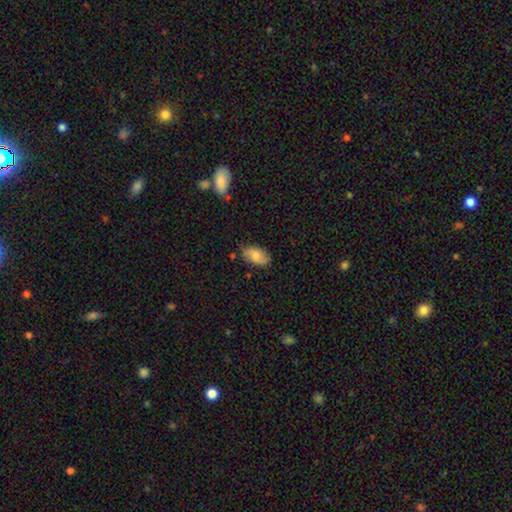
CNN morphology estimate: Smooth or featured? smooth (78%)
How rounded? in between (93%)
Merging? none (75%)